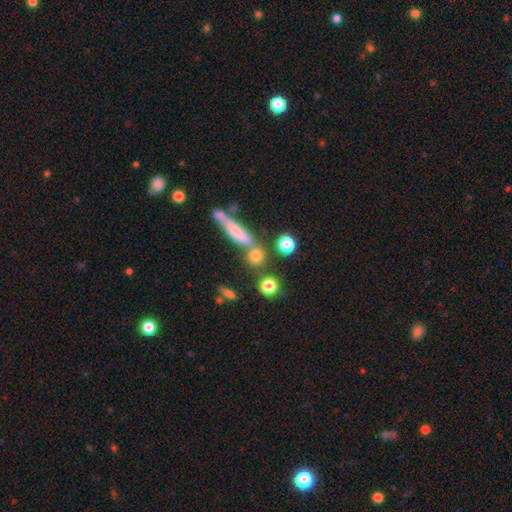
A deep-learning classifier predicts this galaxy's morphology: smooth_or_featured: smooth (p=0.72) [alt: featured or disk p=0.14]
how_rounded: round (p=0.67) [alt: cigar-shaped p=0.17]
merging: none (p=0.61) [alt: merger p=0.25]